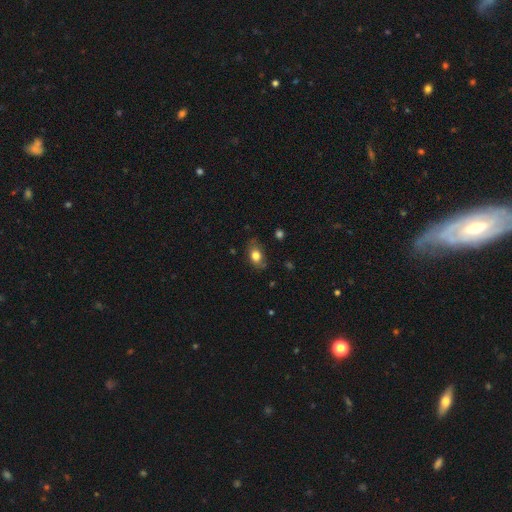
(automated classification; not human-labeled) A smooth galaxy with no disk features (78%) that is in between round and cigar-shaped (78%).

Vote fractions:
- Smooth or featured? smooth: 78% / featured or disk: 13% / star or artifact: 9%
- How rounded? in between: 78% / round: 20% / cigar-shaped: 2%
- Merging? none: 70% / minor disturbance: 22% / major disturbance: 6% / merger: 2%